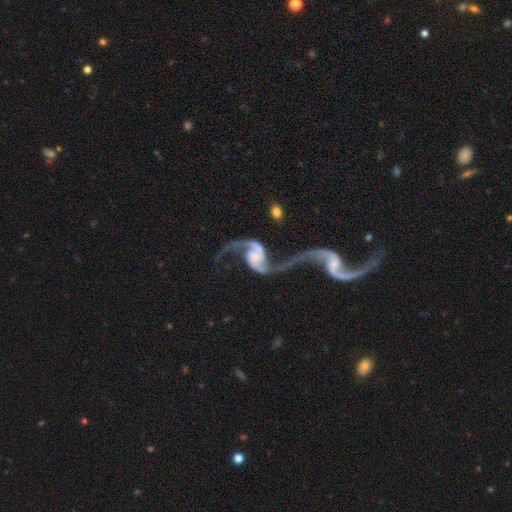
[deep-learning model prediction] Smooth or featured? featured or disk (93%)
Edge-on disk? no (98%)
Bar? no (62%)
Spiral arms? yes (97%)
Spiral winding? loose (85%)
Spiral arm count? 2 (94%)
Bulge size? small (46%)
Merging? none (42%)